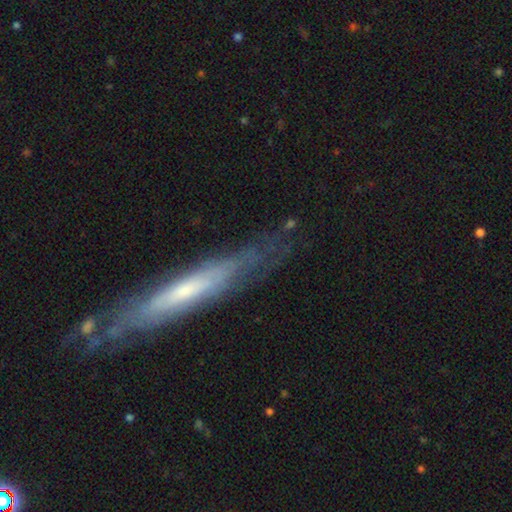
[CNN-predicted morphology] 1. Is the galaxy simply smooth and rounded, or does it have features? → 65% featured or disk, 27% smooth, 8% star or artifact.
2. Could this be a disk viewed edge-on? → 71% yes, 29% no.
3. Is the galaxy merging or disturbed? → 78% none, 15% minor disturbance, 5% major disturbance, 2% merger.